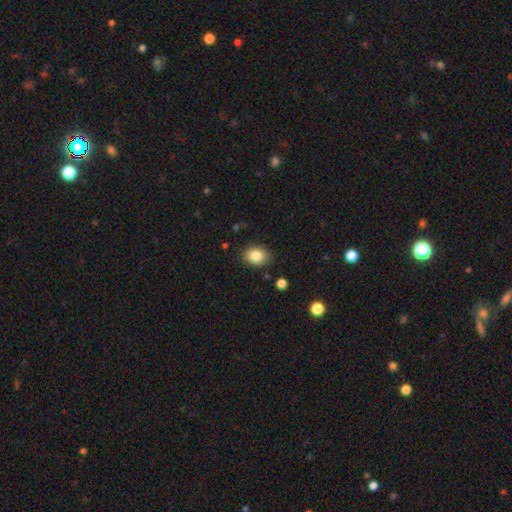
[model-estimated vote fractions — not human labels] Smooth or featured? Predicted: smooth (p=0.84). How rounded? Predicted: in between (p=0.65). Merging? Predicted: none (p=0.86).